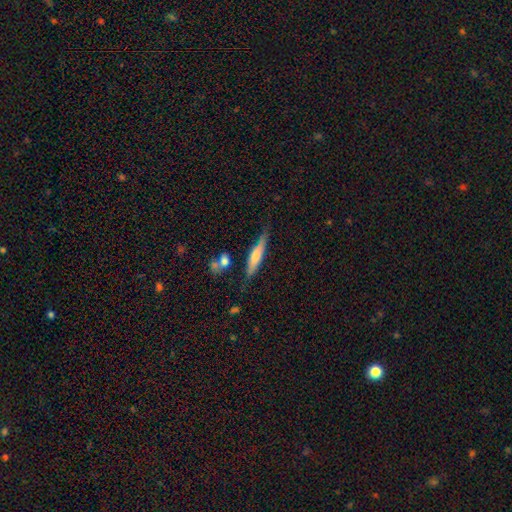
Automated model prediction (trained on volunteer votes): Q: Smooth or featured?
A: featured or disk (52%); runner-up: smooth (42%)
Q: Edge-on disk?
A: yes (92%); runner-up: no (8%)
Q: Merging?
A: none (70%); runner-up: minor disturbance (20%)